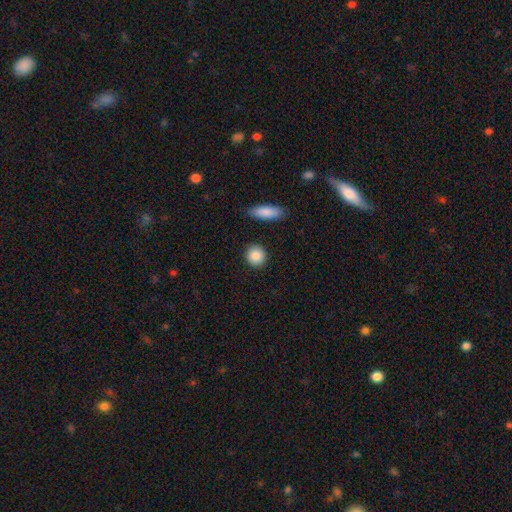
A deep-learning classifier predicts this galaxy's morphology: The model was most divided on "how rounded": round: 84%, in between: 14%, cigar-shaped: 2%. More confident: merging — none (89%); smooth or featured — smooth (88%).